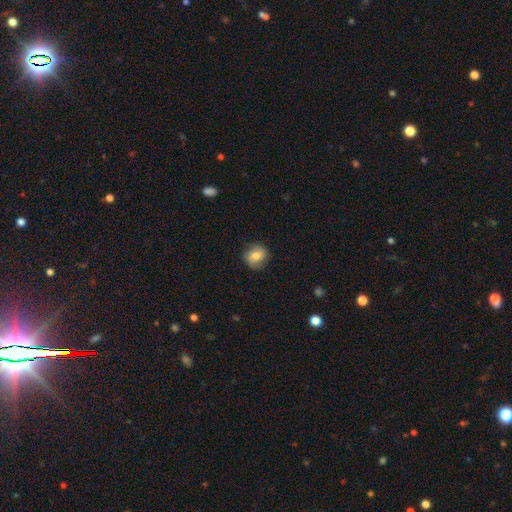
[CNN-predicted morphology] Overall: smooth (70%). How rounded: round (83%). Merging: none (83%).